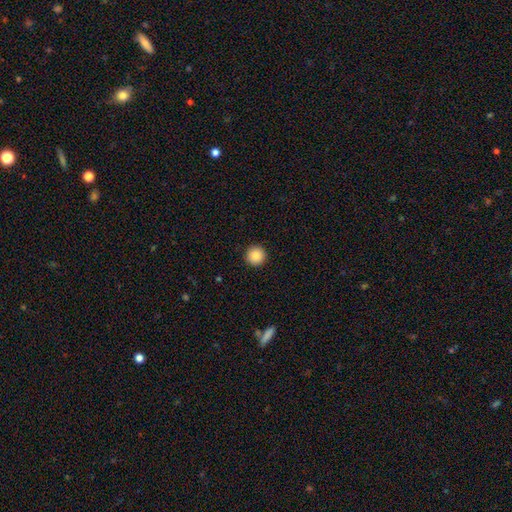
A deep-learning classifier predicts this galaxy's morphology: type=smooth (87%); roundness=round (96%); merging=none (93%).